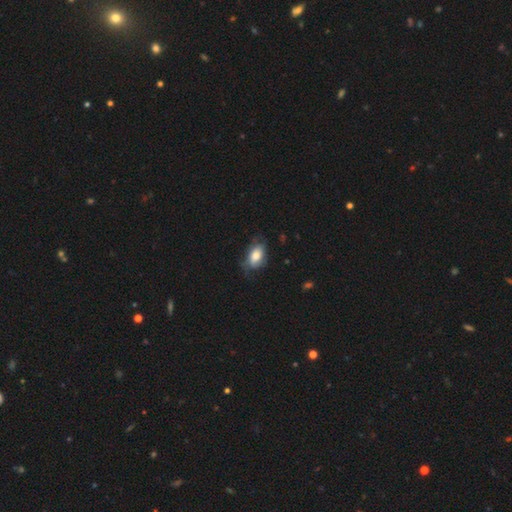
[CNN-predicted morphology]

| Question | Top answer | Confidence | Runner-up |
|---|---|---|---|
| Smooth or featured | smooth | 70% | featured or disk (23%) |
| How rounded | in between | 89% | round (9%) |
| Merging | none | 57% | minor disturbance (29%) |